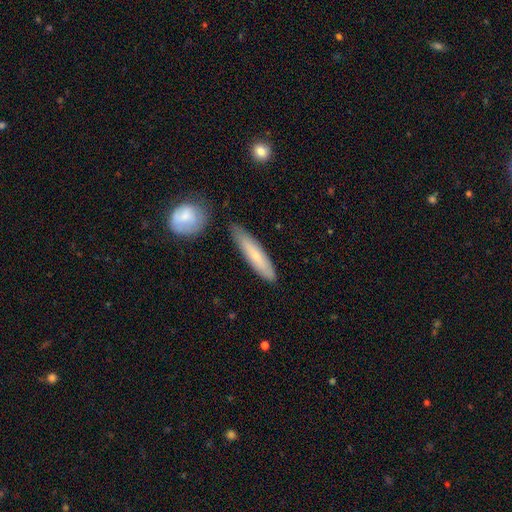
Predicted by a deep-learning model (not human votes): Smooth or featured? smooth (69%)
How rounded? cigar-shaped (85%)
Merging? none (79%)